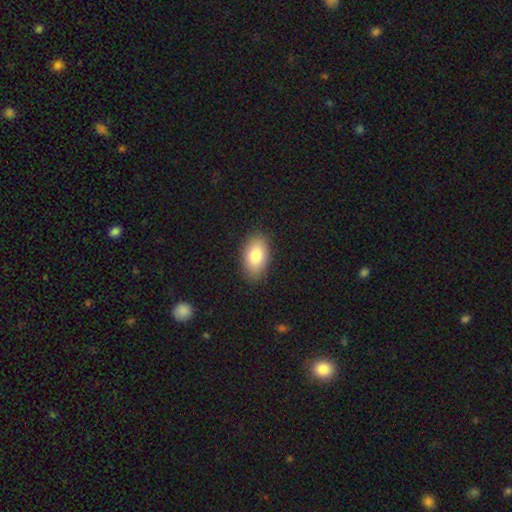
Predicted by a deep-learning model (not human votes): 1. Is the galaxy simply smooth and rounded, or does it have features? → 82% smooth, 11% featured or disk, 7% star or artifact.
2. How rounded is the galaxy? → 92% in between, 6% round, 2% cigar-shaped.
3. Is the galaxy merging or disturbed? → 86% none, 10% minor disturbance, 2% major disturbance, 1% merger.